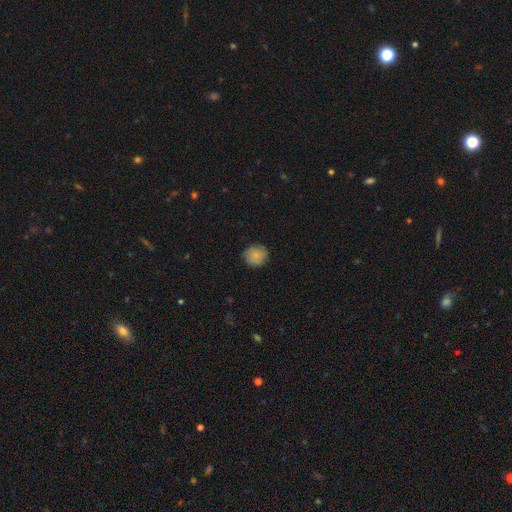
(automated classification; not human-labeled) Q: Smooth or featured?
A: smooth (84%); runner-up: star or artifact (8%)
Q: How rounded?
A: round (87%); runner-up: in between (12%)
Q: Merging?
A: none (83%); runner-up: minor disturbance (13%)